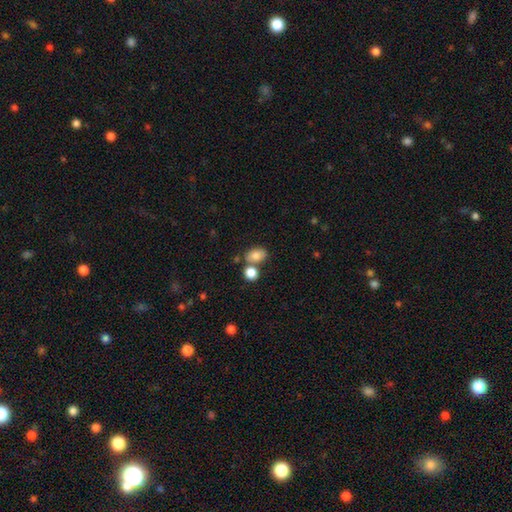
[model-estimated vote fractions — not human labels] Morphology: type=smooth (80%); roundness=in between (77%); merging=none (58%).